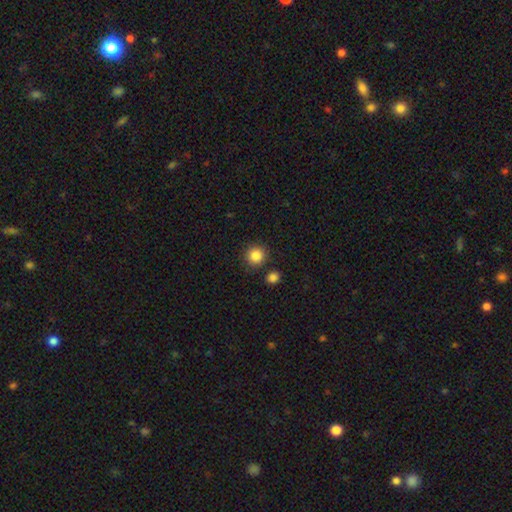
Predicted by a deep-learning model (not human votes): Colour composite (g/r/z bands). It shows a smooth galaxy with no disk features (86%) that is round (93%). Merging: none (85%).